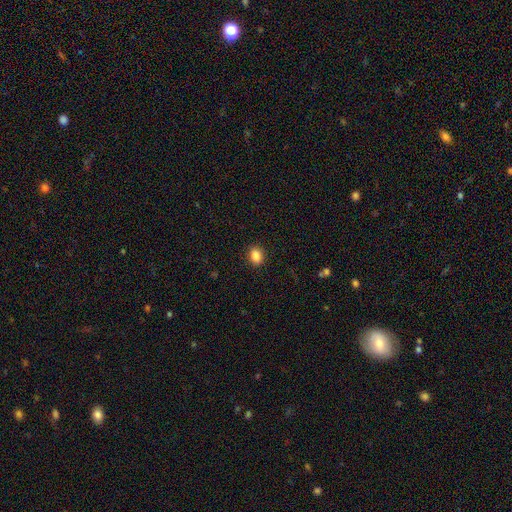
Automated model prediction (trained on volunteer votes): Smooth or featured? Predicted: smooth (p=0.87). How rounded? Predicted: in between (p=0.63). Merging? Predicted: none (p=0.90).